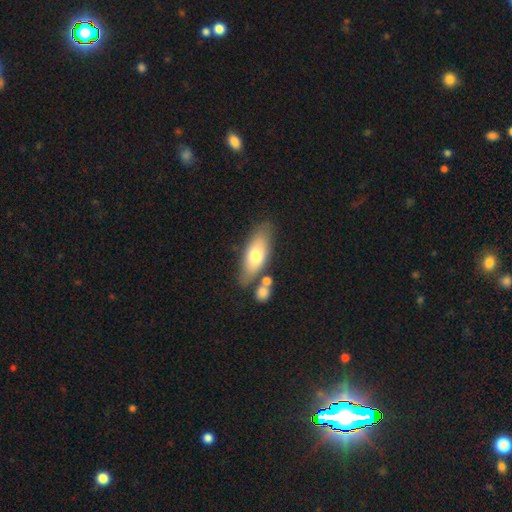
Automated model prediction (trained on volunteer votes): This appears to be a smooth galaxy with no disk features (66%) that is in between round and cigar-shaped (73%). Merging: none (68%).